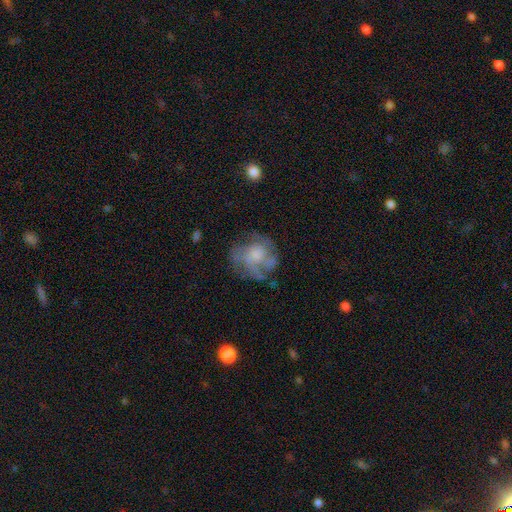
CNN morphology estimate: type=featured or disk (57%); edge-on=no (98%); bar=no (83%); spiral arms=yes (63%); bulge=moderate (38%); merging=none (54%).